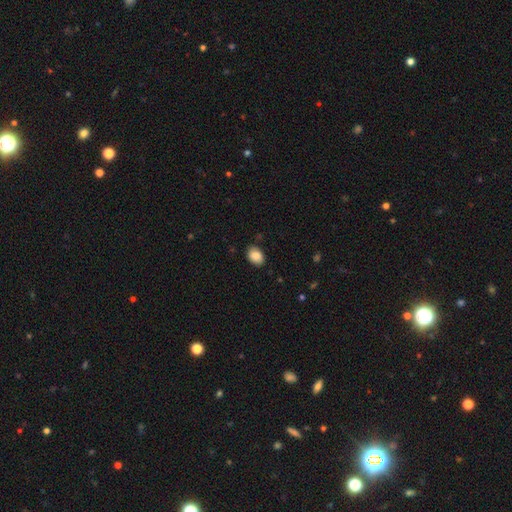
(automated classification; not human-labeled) Morphology: type=smooth (86%); roundness=in between (78%); merging=none (85%).